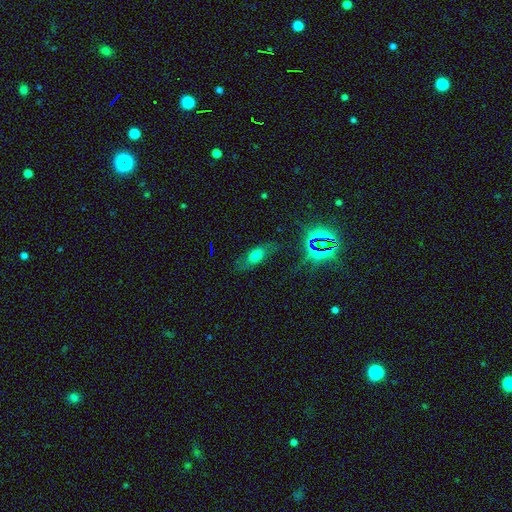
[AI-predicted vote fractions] Smooth or featured?
  - smooth: 52% *
  - featured or disk: 29%
  - star or artifact: 19%
How rounded?
  - in between: 71% *
  - cigar-shaped: 21%
  - round: 8%
Merging?
  - none: 72% *
  - minor disturbance: 18%
  - major disturbance: 8%
  - merger: 2%